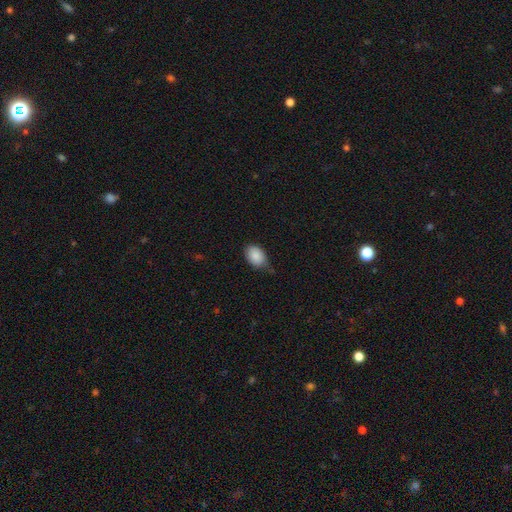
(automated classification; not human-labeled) Overall: smooth (88%). How rounded: in between (81%). Merging: none (64%; minor disturbance 29%).